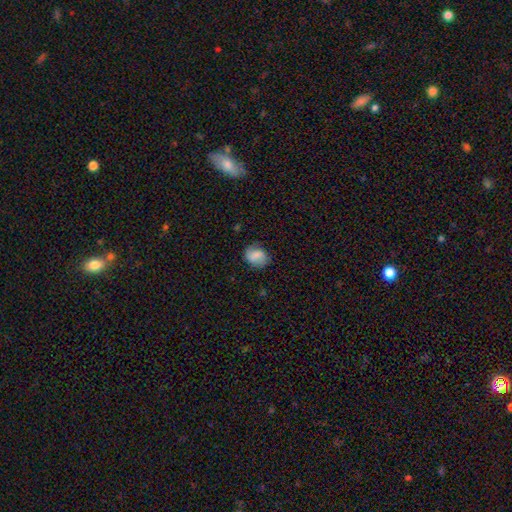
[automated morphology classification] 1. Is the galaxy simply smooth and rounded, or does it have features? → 59% smooth, 32% featured or disk, 9% star or artifact.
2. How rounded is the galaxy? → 50% round, 48% in between, 1% cigar-shaped.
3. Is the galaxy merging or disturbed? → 71% none, 21% minor disturbance, 7% major disturbance, 2% merger.